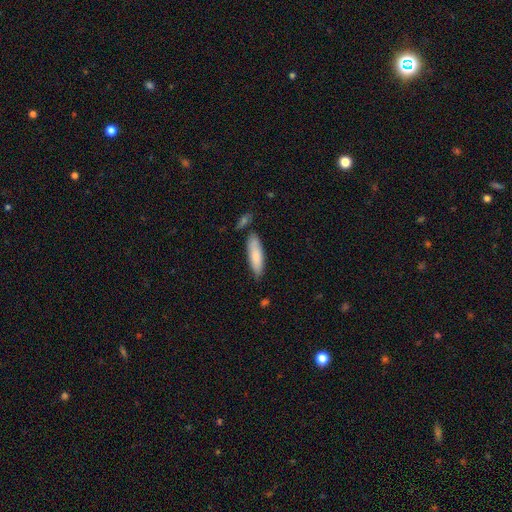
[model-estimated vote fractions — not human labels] Smooth or featured? Predicted: smooth (p=0.81). How rounded? Predicted: cigar-shaped (p=0.57). Merging? Predicted: none (p=0.74).